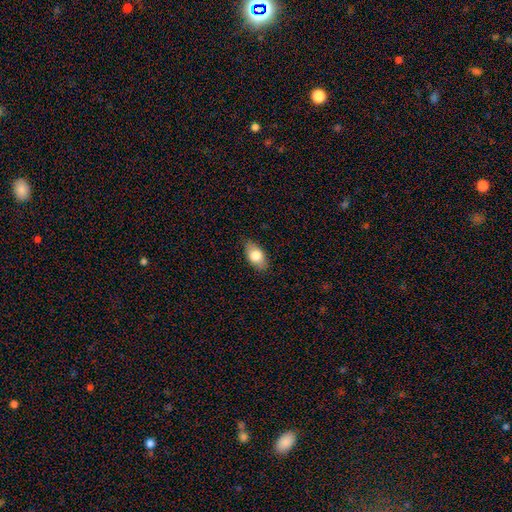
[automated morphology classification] Smooth or featured?
  - smooth: 78% *
  - featured or disk: 16%
  - star or artifact: 7%
How rounded?
  - in between: 90% *
  - round: 6%
  - cigar-shaped: 4%
Merging?
  - none: 83% *
  - minor disturbance: 13%
  - major disturbance: 3%
  - merger: 1%